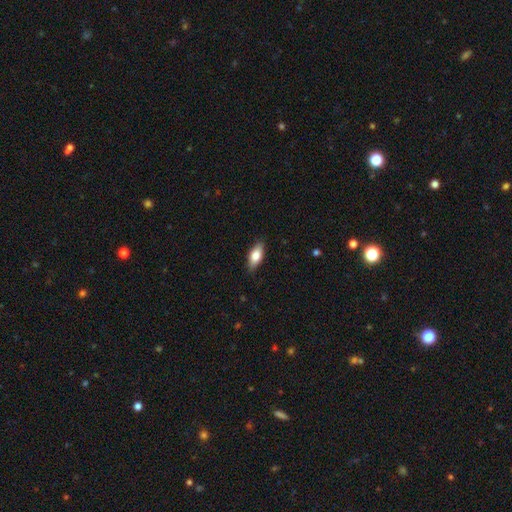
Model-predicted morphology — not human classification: smooth-or-featured: smooth: 73% | featured or disk: 20% | star or artifact: 6%
  how-rounded: in between: 81% | cigar-shaped: 16% | round: 3%
  merging: none: 86% | minor disturbance: 11% | major disturbance: 2% | merger: 1%